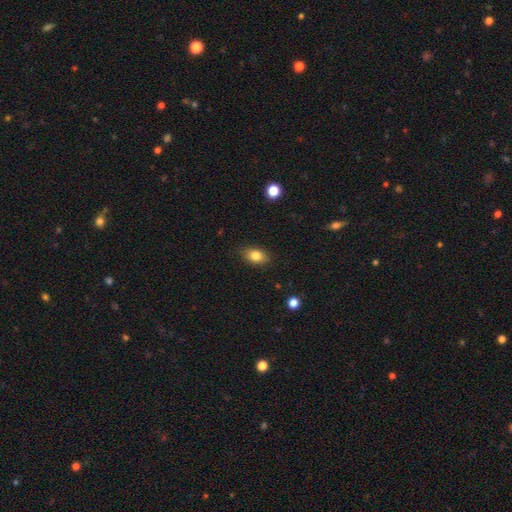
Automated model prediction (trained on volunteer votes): Smooth or featured? Predicted: smooth (p=0.82). How rounded? Predicted: in between (p=0.83). Merging? Predicted: none (p=0.84).